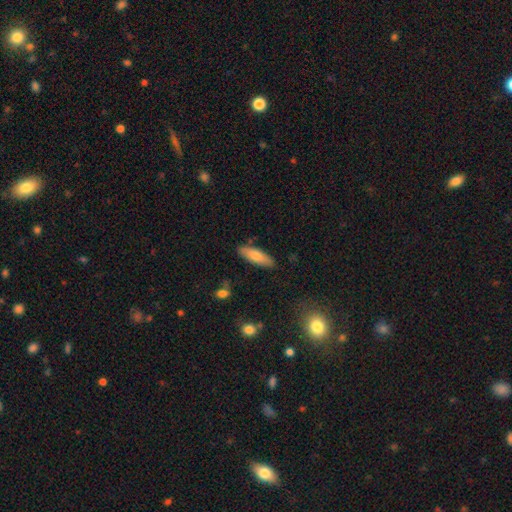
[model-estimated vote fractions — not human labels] Morphology: type=smooth (74%); roundness=in between (51%); merging=none (85%).